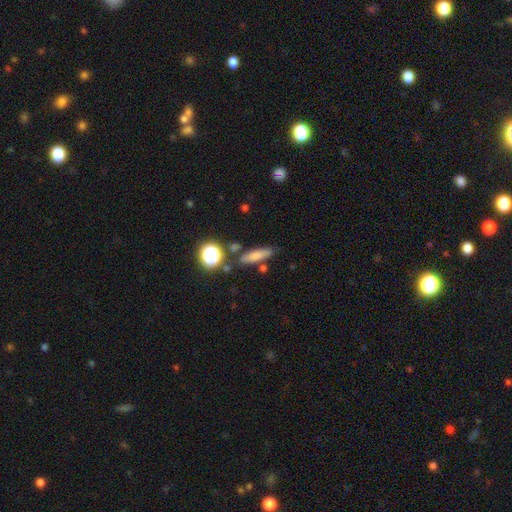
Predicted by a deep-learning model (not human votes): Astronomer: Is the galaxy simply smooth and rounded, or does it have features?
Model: smooth — 72%.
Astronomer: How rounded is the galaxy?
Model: cigar-shaped — 64%.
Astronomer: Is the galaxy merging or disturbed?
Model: none — 78%.